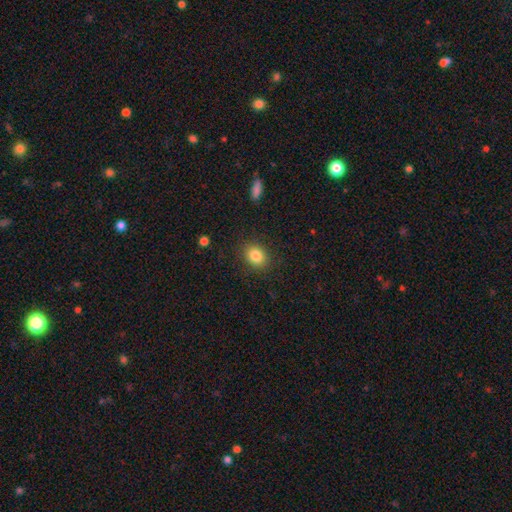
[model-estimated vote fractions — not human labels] Overall: smooth (84%). How rounded: round (51%; in between 48%). Merging: none (87%).